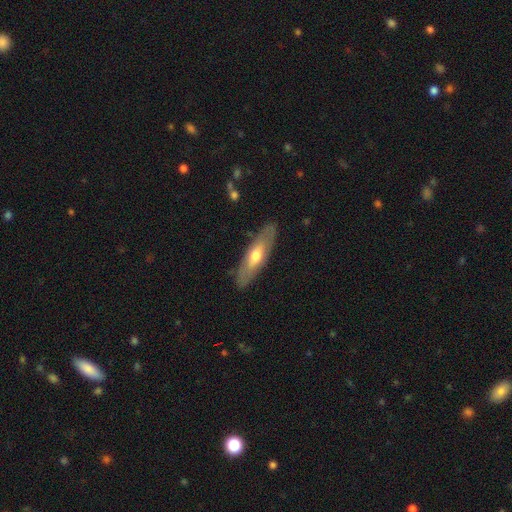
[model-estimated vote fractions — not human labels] Smooth or featured? Predicted: smooth (p=0.48). Merging? Predicted: none (p=0.85).